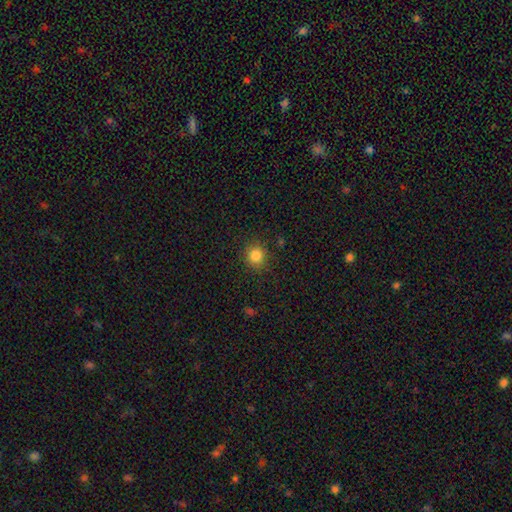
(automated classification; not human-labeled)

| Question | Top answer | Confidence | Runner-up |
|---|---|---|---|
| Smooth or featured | smooth | 84% | star or artifact (12%) |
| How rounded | round | 87% | in between (12%) |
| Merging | none | 88% | minor disturbance (8%) |